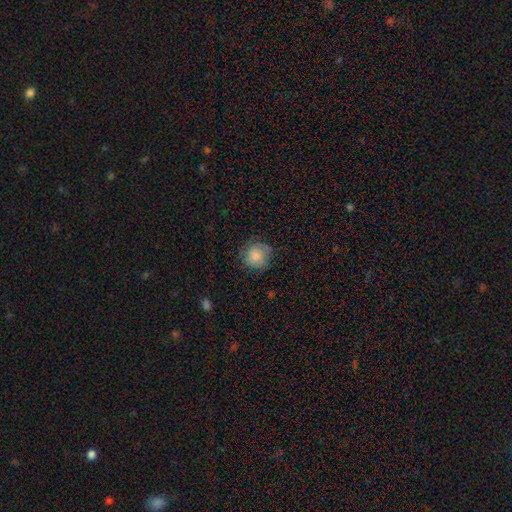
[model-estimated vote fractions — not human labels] Smooth or featured: smooth — 80% (featured or disk — 12%)
How rounded: round — 89% (in between — 10%)
Merging: none — 72% (minor disturbance — 20%)